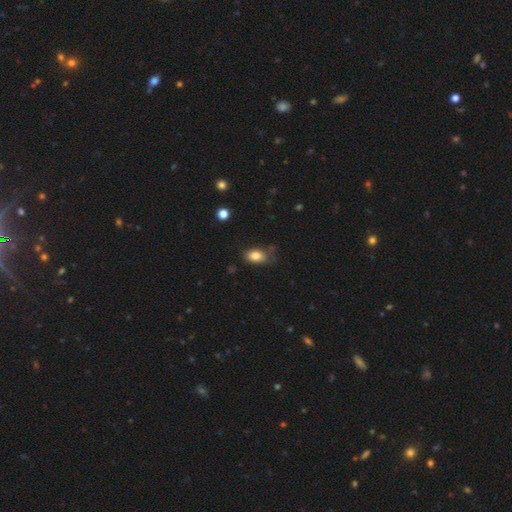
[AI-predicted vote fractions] Smooth or featured? smooth (83%)
How rounded? in between (88%)
Merging? none (65%)